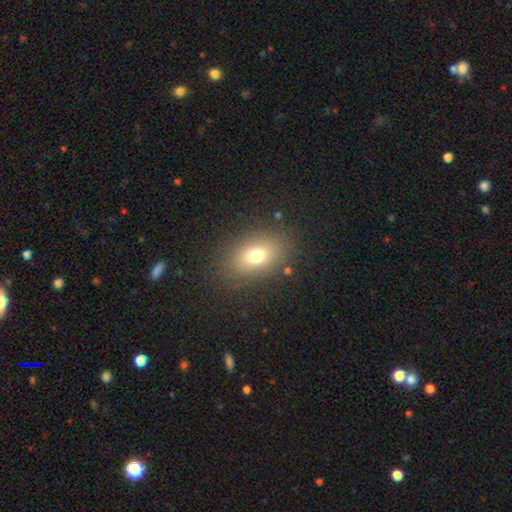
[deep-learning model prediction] The model was most divided on "how rounded": in between: 75%, round: 24%, cigar-shaped: 2%. More confident: merging — none (83%); smooth or featured — smooth (71%).